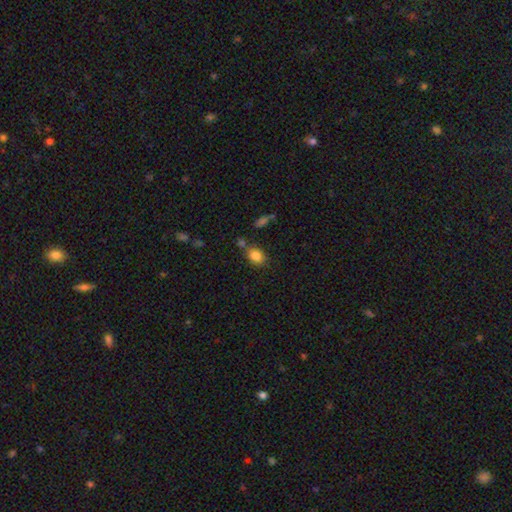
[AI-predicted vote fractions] A smooth galaxy with no disk features (84%) that is in between round and cigar-shaped (59%). Merging: none (67%).